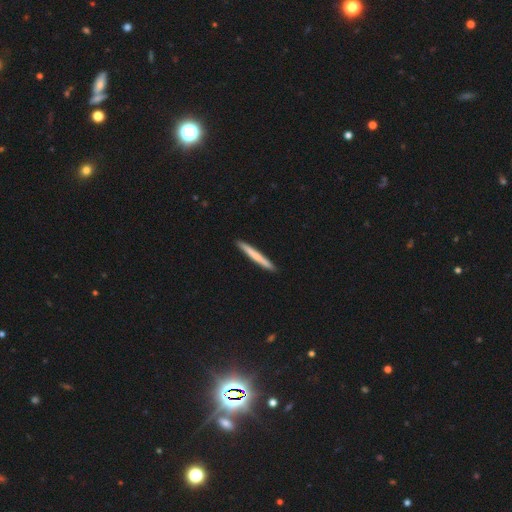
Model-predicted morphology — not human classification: Overall: smooth (68%). How rounded: cigar-shaped (97%). Merging: none (93%).